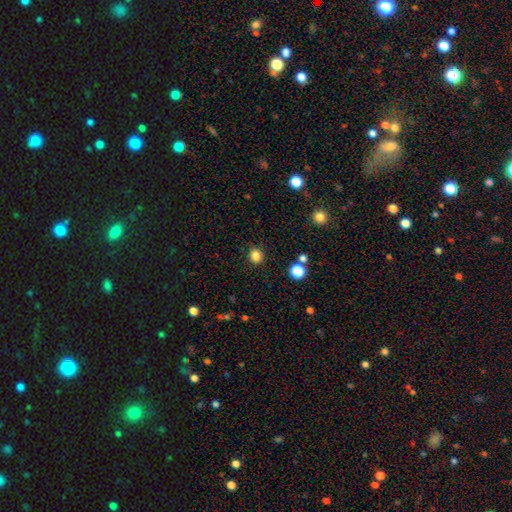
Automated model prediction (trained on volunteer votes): A smooth galaxy with no disk features (84%) that is round (81%).

Vote fractions:
- Smooth or featured? smooth: 84% / star or artifact: 12% / featured or disk: 4%
- How rounded? round: 81% / in between: 18% / cigar-shaped: 1%
- Merging? none: 90% / minor disturbance: 6% / major disturbance: 2% / merger: 2%